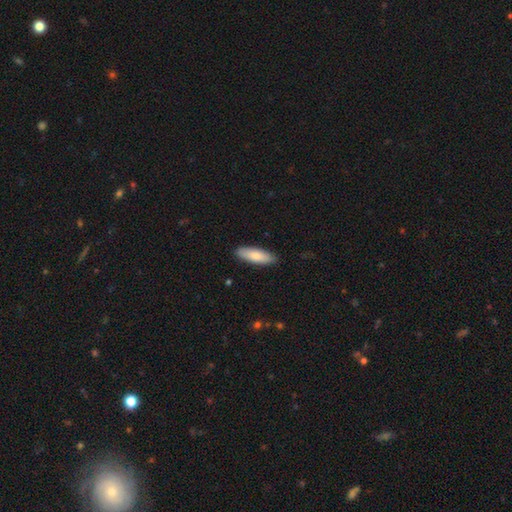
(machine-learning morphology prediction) Smooth or featured: smooth — 80% (featured or disk — 15%)
How rounded: in between — 55% (cigar-shaped — 44%)
Merging: none — 89% (minor disturbance — 8%)